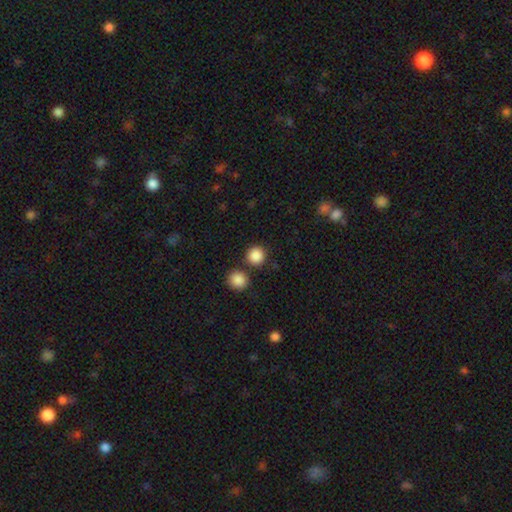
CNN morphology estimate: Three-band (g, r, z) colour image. It shows a smooth galaxy with no disk features (88%) that is round (94%). Merging: none (80%).